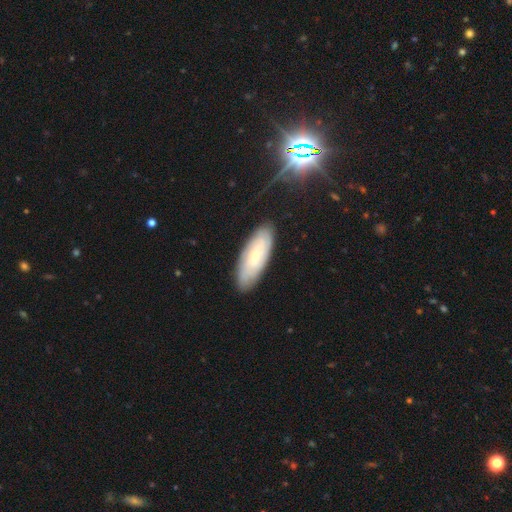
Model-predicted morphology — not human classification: Smooth or featured? featured or disk (49%)
Merging? none (84%)